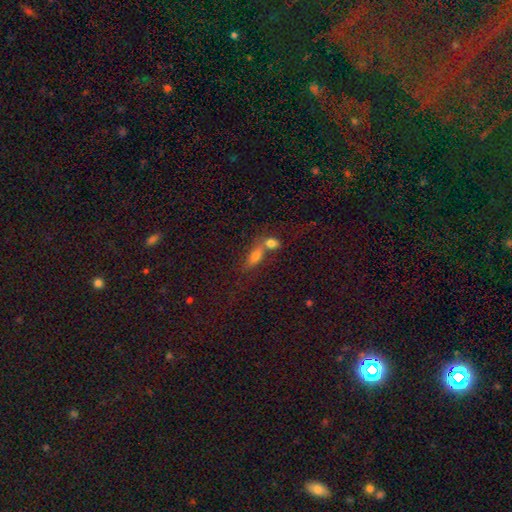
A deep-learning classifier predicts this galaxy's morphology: Smooth or featured? smooth (66%)
How rounded? in between (69%)
Merging? merger (57%)